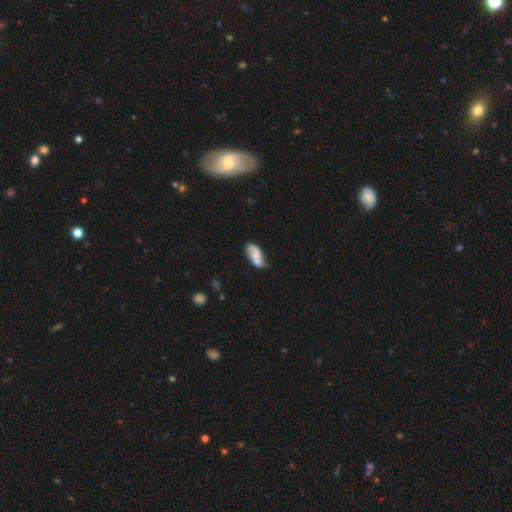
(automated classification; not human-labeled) This appears to be a featured or disk galaxy (51%). Merging: none (64%).